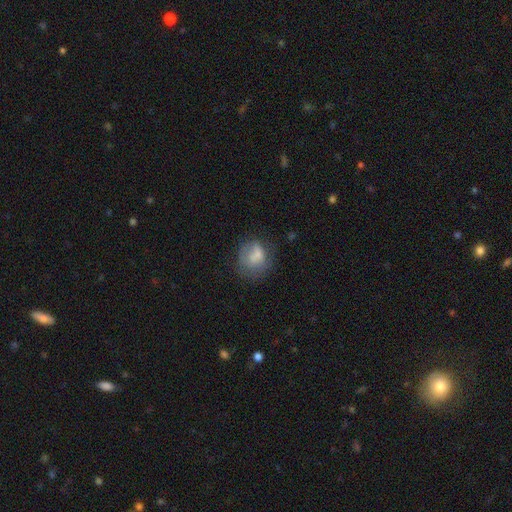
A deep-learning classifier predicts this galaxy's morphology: type=smooth (65%); roundness=round (69%); merging=none (46%).